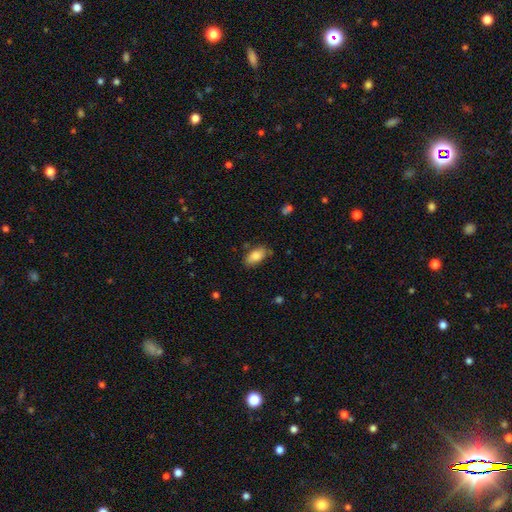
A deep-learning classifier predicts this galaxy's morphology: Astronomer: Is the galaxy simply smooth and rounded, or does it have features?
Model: smooth — 84%.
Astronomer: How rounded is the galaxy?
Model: in between — 92%.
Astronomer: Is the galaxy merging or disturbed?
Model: none — 79%.